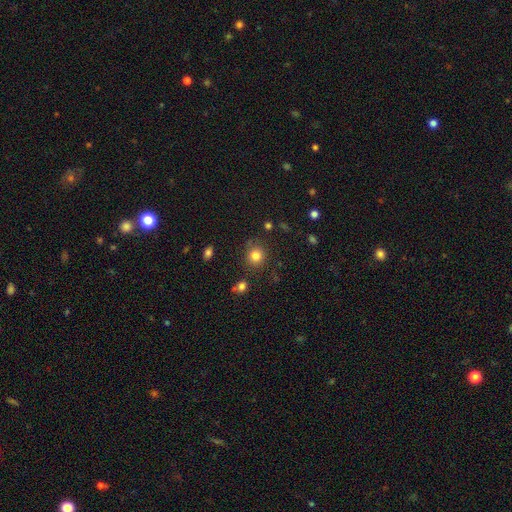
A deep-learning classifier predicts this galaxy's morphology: smooth_or_featured: smooth (p=0.82) [alt: star or artifact p=0.12]
how_rounded: round (p=0.86) [alt: in between p=0.13]
merging: none (p=0.83) [alt: minor disturbance p=0.10]